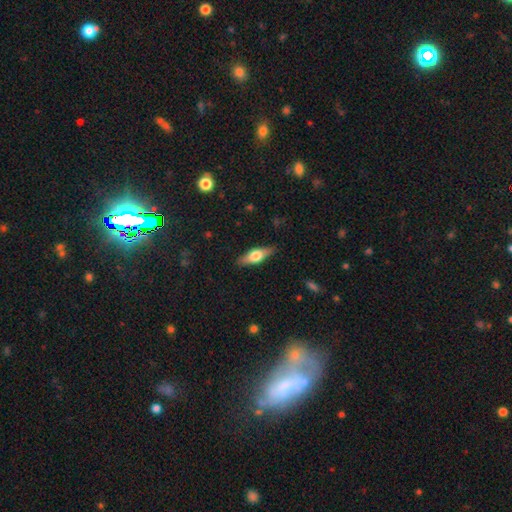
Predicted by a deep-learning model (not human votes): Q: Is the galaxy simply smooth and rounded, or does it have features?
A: smooth — 50%.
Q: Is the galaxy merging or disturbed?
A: none — 86%.